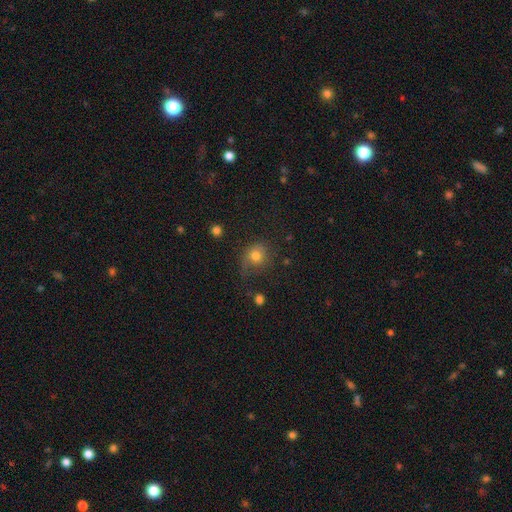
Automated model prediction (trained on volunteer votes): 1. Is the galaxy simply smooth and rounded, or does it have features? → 75% smooth, 13% star or artifact, 12% featured or disk.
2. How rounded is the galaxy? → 74% round, 25% in between, 1% cigar-shaped.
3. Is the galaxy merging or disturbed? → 54% none, 26% minor disturbance, 17% major disturbance, 3% merger.